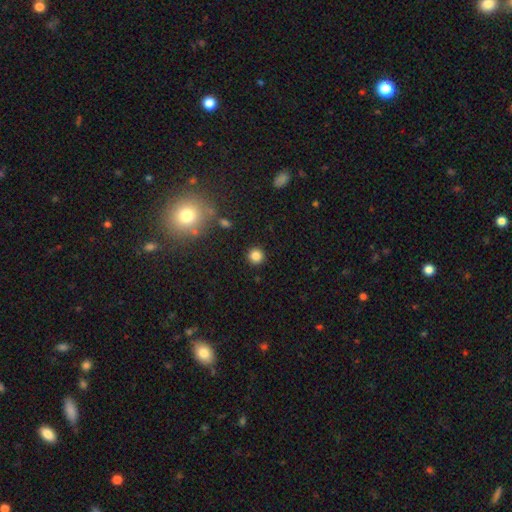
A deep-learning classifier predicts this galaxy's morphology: Overall: smooth (84%). How rounded: round (94%). Merging: none (90%).